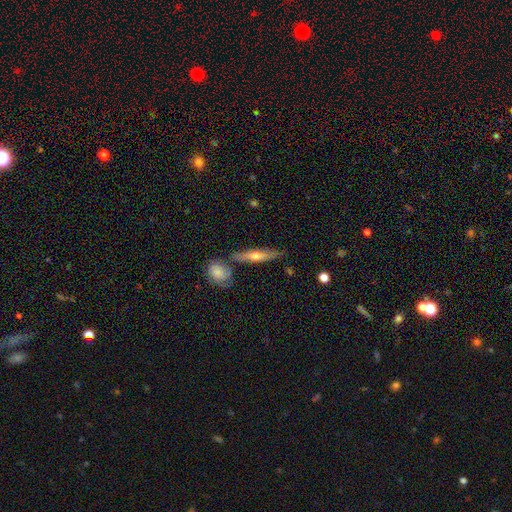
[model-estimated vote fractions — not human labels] smooth 50%, featured or disk 43%, star or artifact 6%. Down the decision tree: how rounded — cigar-shaped (80%); merging — none (73%).